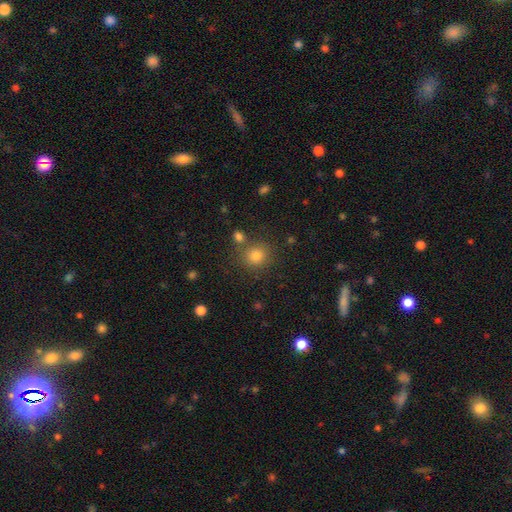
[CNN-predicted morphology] A smooth galaxy with no disk features (78%) that is round (87%). Merging: none (77%).